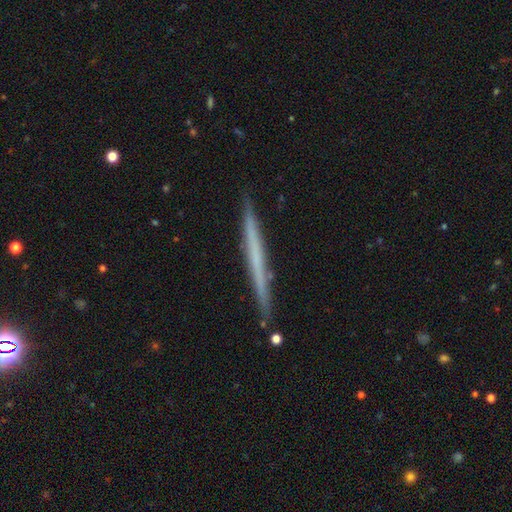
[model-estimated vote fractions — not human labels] smooth-or-featured: featured or disk: 53% | smooth: 42% | star or artifact: 6%
  disk-edge-on: yes: 97% | no: 3%
    edge-on-bulge: none: 92% | rounded: 5% | boxy: 3%
  merging: none: 89% | minor disturbance: 8% | merger: 1% | major disturbance: 1%